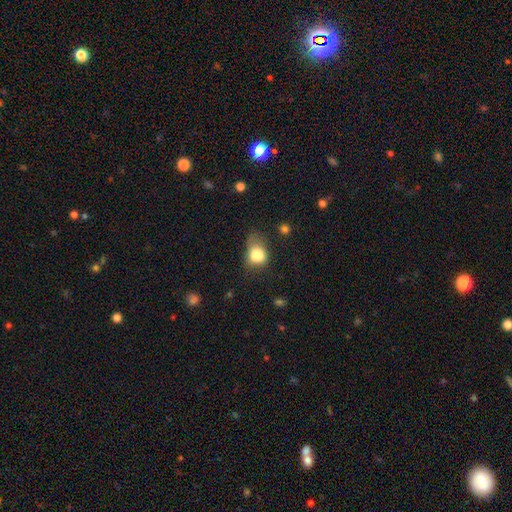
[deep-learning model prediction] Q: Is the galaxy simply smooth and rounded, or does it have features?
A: smooth — 80%.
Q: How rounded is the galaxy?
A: in between — 57%.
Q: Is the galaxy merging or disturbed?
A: minor disturbance — 39%.